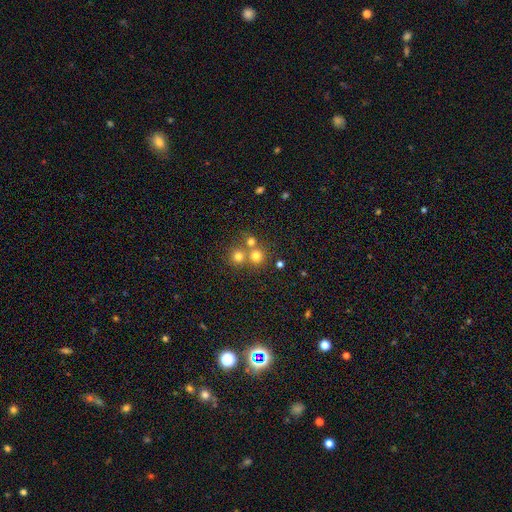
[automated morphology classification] Smooth or featured? smooth (71%)
How rounded? round (90%)
Merging? none (56%)